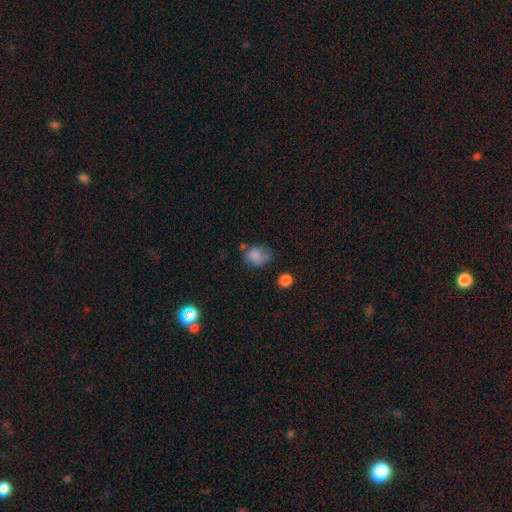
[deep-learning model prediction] A smooth galaxy with no disk features (80%) that is in between round and cigar-shaped (53%). Merging: none (47%).